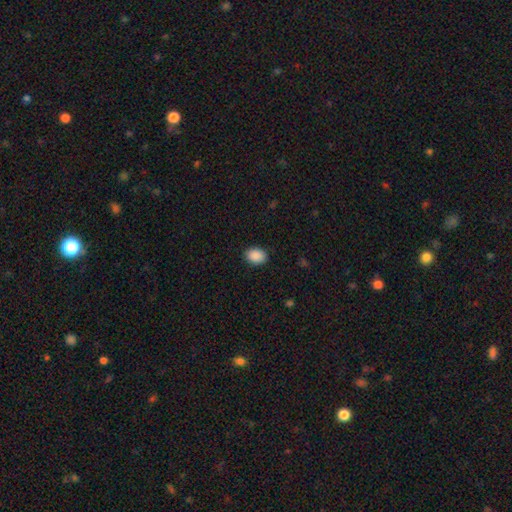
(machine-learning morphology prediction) smooth_or_featured: smooth (p=0.90) [alt: star or artifact p=0.08]
how_rounded: in between (p=0.70) [alt: round p=0.29]
merging: none (p=0.89) [alt: minor disturbance p=0.08]